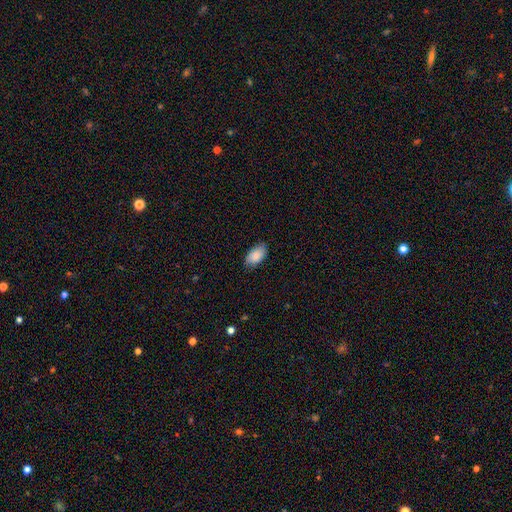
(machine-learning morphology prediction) The model was most divided on "merging": none: 79%, minor disturbance: 17%, major disturbance: 3%, merger: 1%. More confident: how rounded — in between (94%); smooth or featured — smooth (85%).